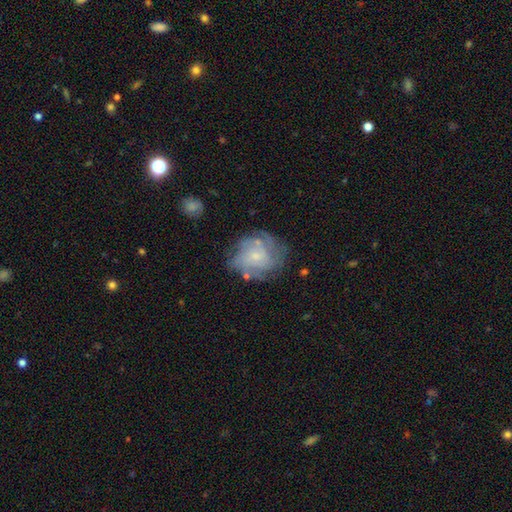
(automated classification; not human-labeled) Morphology: type=featured or disk (60%); edge-on=no (97%); bar=no (75%); spiral arms=yes (72%); bulge=small (61%); merging=none (60%).